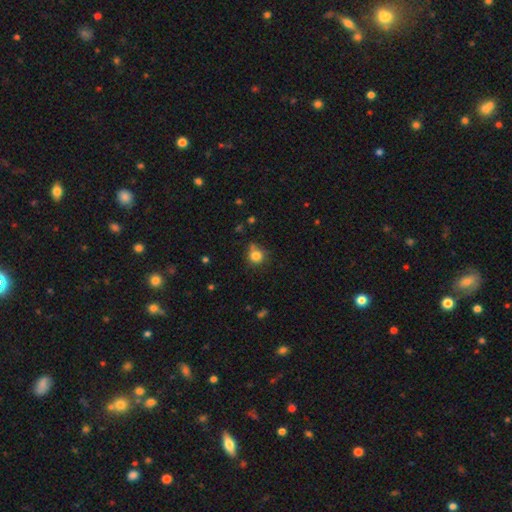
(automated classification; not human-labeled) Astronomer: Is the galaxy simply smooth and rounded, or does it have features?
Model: smooth — 80%.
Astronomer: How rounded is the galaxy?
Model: round — 85%.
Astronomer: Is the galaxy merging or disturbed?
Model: none — 64%.